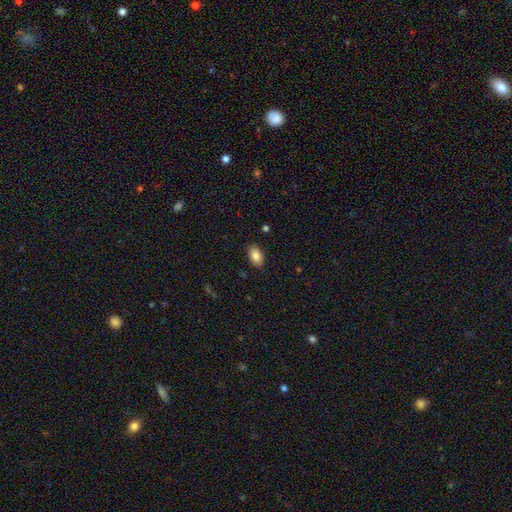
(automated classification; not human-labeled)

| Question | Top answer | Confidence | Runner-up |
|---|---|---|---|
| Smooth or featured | smooth | 87% | star or artifact (7%) |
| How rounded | in between | 92% | round (7%) |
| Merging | none | 88% | minor disturbance (9%) |